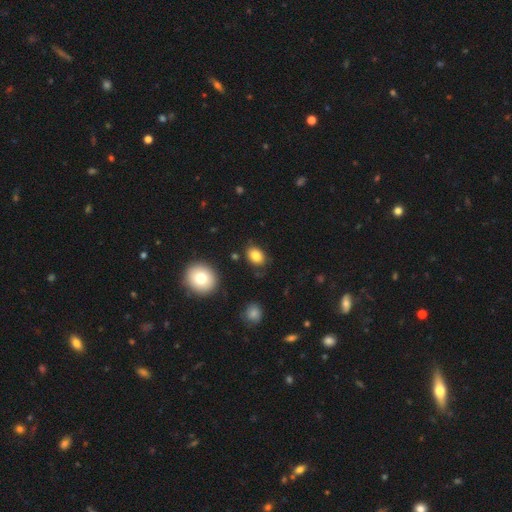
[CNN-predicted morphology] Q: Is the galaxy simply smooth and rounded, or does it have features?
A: smooth — 84%.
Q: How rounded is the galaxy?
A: in between — 75%.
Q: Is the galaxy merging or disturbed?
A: none — 83%.